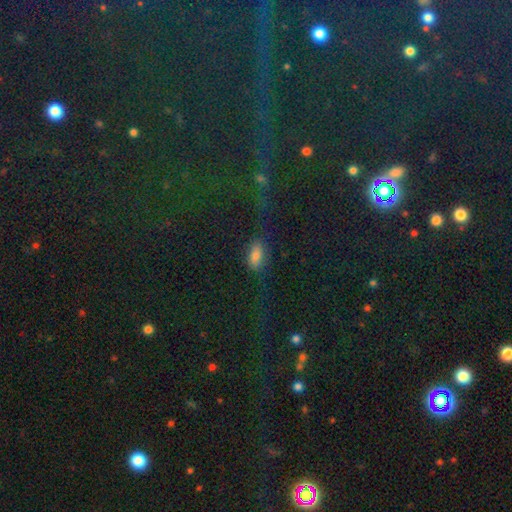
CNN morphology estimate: Smooth or featured? Predicted: smooth (p=0.73). How rounded? Predicted: in between (p=0.86). Merging? Predicted: none (p=0.70).